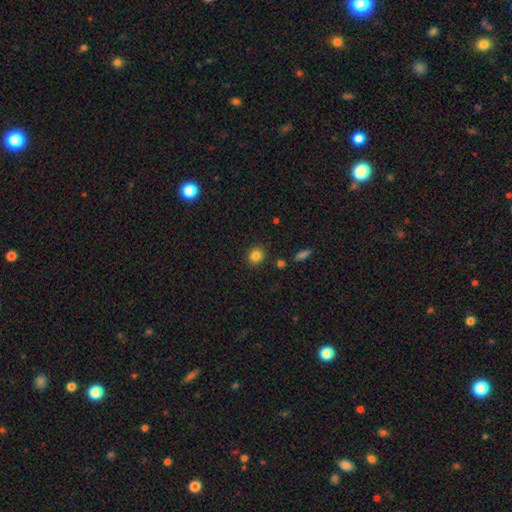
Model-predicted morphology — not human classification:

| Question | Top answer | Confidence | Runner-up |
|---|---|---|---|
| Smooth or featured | smooth | 84% | star or artifact (11%) |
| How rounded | round | 83% | in between (16%) |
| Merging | none | 88% | minor disturbance (8%) |